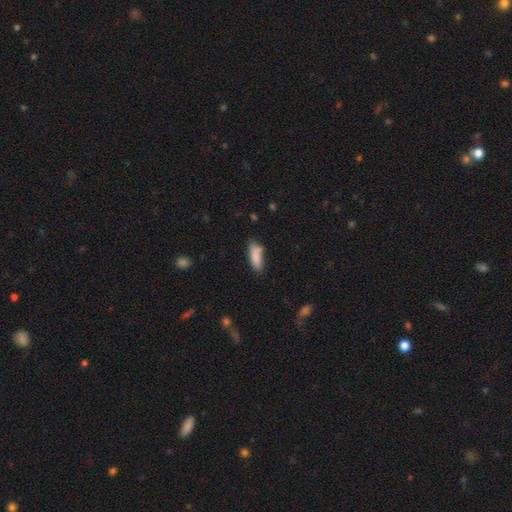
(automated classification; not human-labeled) Q: Smooth or featured?
A: smooth (86%); runner-up: featured or disk (7%)
Q: How rounded?
A: in between (62%); runner-up: cigar-shaped (36%)
Q: Merging?
A: none (65%); runner-up: minor disturbance (25%)